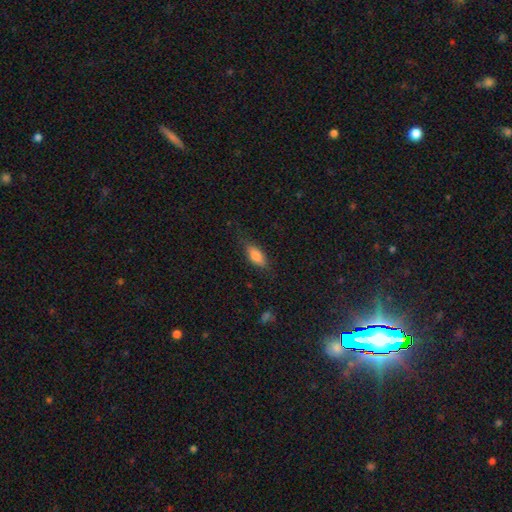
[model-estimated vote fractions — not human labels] This appears to be a smooth galaxy with no disk features (75%) that is in between round and cigar-shaped (75%). Merging: none (76%).